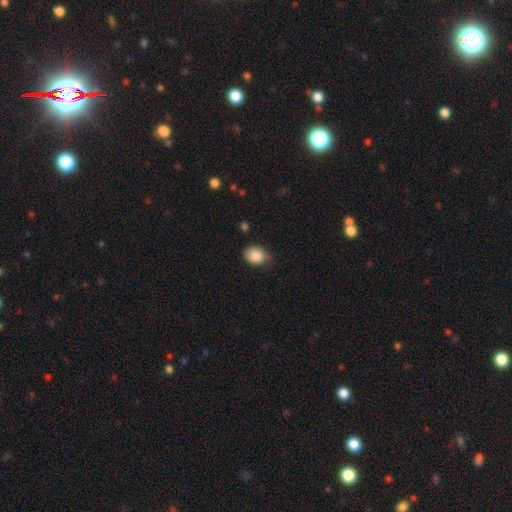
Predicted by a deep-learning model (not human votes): smooth 87%, star or artifact 8%, featured or disk 5%. Down the decision tree: how rounded — round (52%); merging — none (65%).